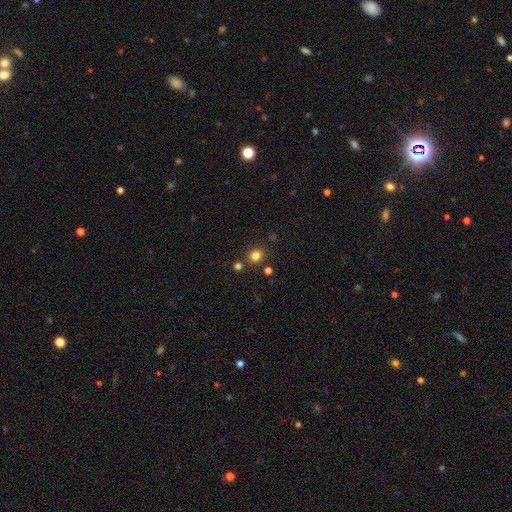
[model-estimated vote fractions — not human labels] The model was most divided on "smooth or featured": smooth: 79%, star or artifact: 16%, featured or disk: 5%. More confident: how rounded — round (86%); merging — none (82%).